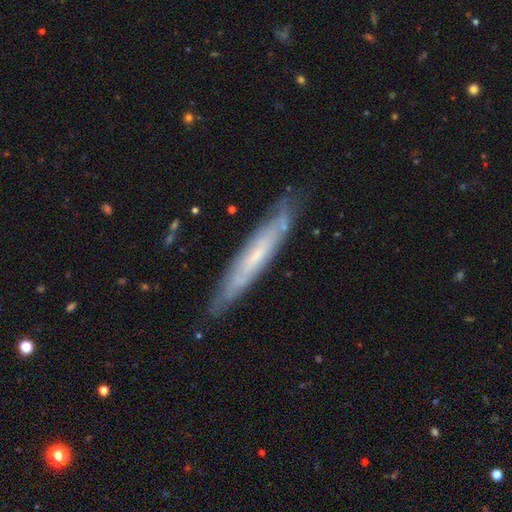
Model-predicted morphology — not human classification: smooth-or-featured: featured or disk: 61% | smooth: 33% | star or artifact: 6%
  disk-edge-on: yes: 69% | no: 31%
  merging: none: 80% | minor disturbance: 15% | major disturbance: 3% | merger: 1%